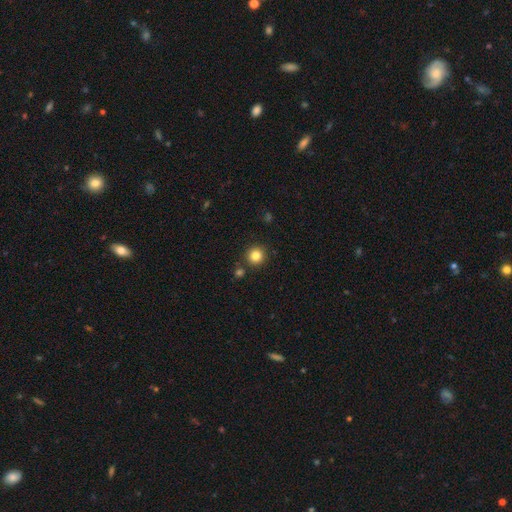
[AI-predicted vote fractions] smooth_or_featured: smooth (p=0.84) [alt: star or artifact p=0.11]
how_rounded: round (p=0.95) [alt: in between p=0.04]
merging: none (p=0.88) [alt: minor disturbance p=0.06]